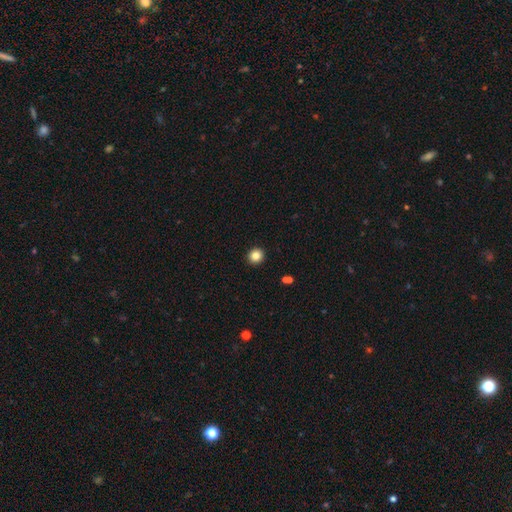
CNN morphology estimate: smooth 85%, star or artifact 11%, featured or disk 4%. Down the decision tree: how rounded — round (93%); merging — none (93%).